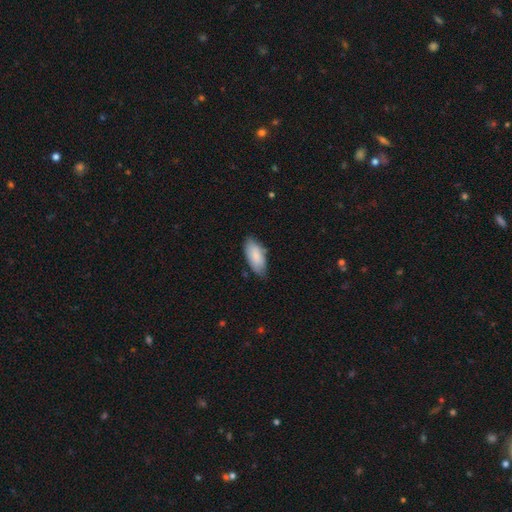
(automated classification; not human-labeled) This is clearly a smooth galaxy (83%). How rounded: clearly in between (90%). Merging: likely none (70%).